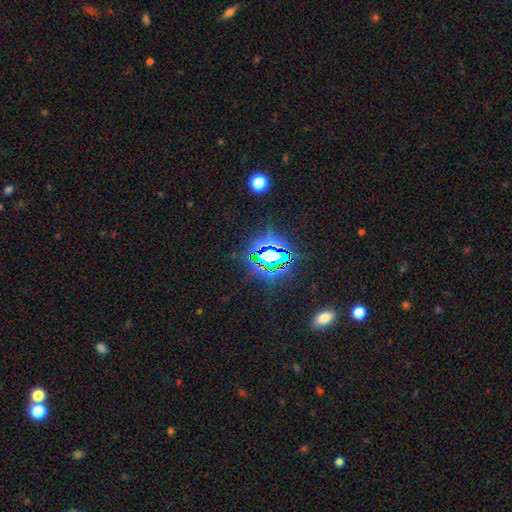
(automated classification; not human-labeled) star or artifact 78%, smooth 13%, featured or disk 9%.